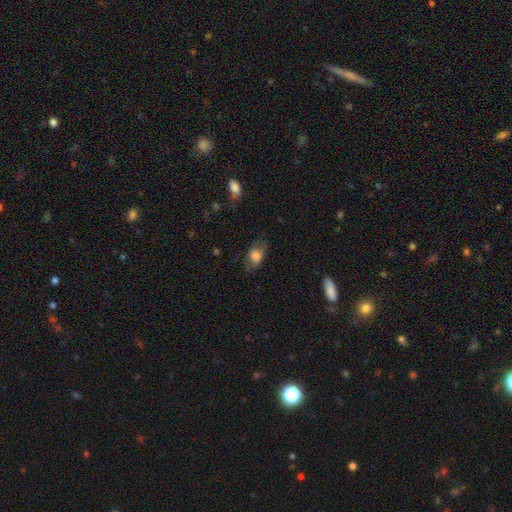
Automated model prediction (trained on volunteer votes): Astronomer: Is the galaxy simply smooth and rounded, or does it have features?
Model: smooth — 68%.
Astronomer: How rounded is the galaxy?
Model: in between — 81%.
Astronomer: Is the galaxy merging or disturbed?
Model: none — 62%.